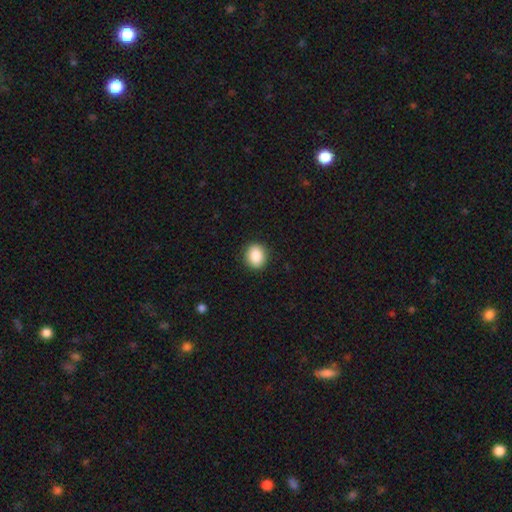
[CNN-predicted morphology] smooth 88%, star or artifact 8%, featured or disk 4%. Down the decision tree: how rounded — round (64%); merging — none (90%).